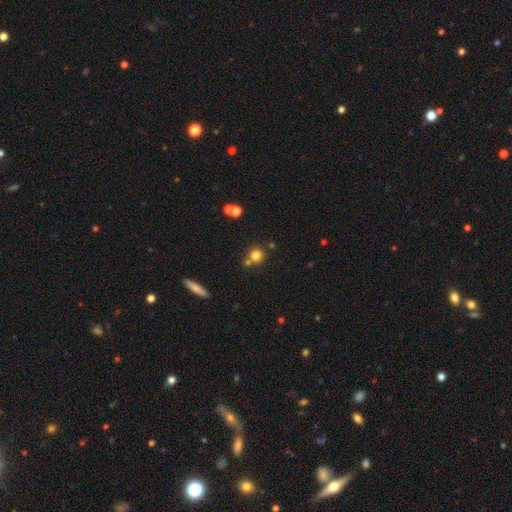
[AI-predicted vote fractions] Smooth or featured? smooth (78%)
How rounded? round (92%)
Merging? none (68%)